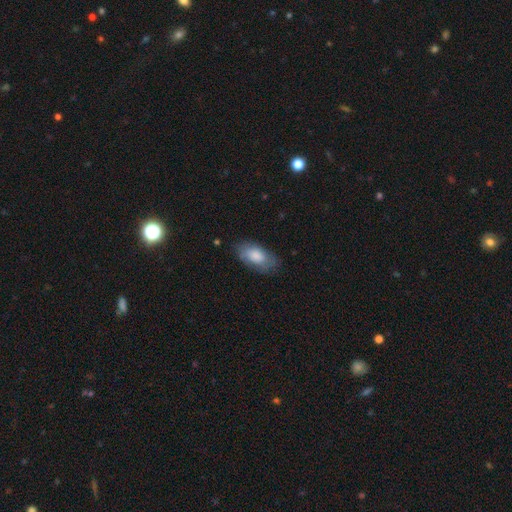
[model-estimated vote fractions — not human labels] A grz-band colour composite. It shows a smooth galaxy with no disk features (74%) that is in between round and cigar-shaped (93%). Merging: none (71%).